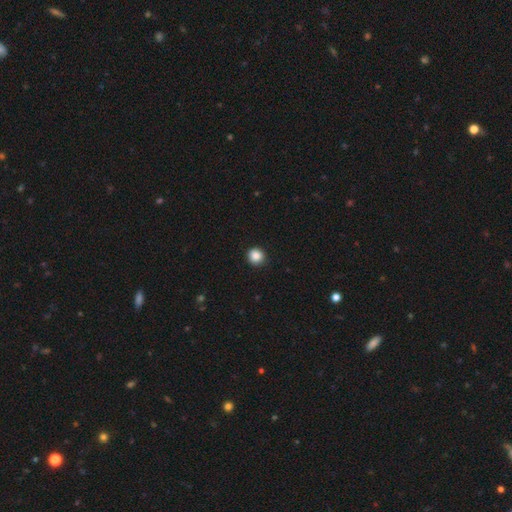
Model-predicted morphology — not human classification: A smooth galaxy with no disk features (87%) that is round (91%). Merging: none (91%).